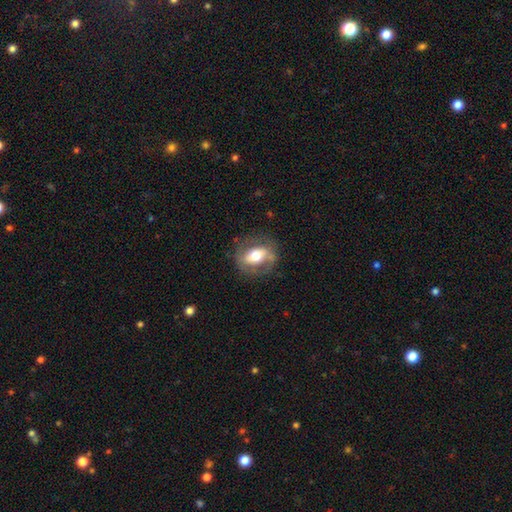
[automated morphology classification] Smooth or featured? featured or disk (48%)
Merging? none (74%)